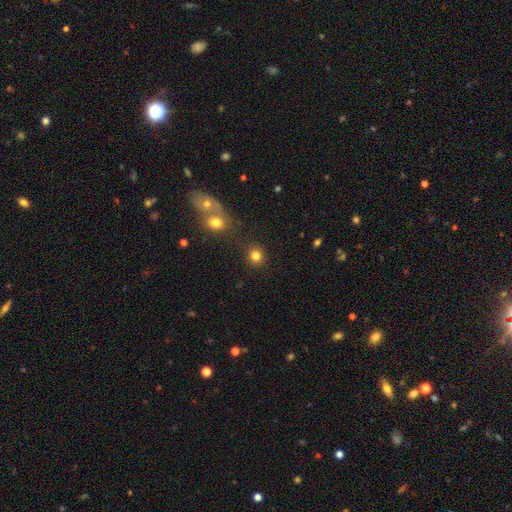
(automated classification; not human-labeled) Morphology: type=smooth (82%); roundness=round (89%); merging=none (83%).